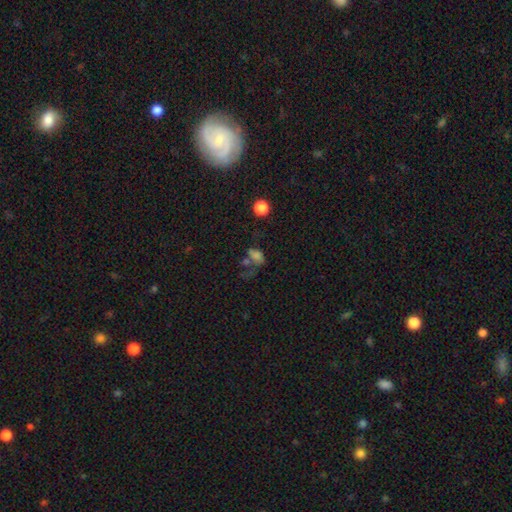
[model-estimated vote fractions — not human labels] Smooth or featured: smooth — 62% (featured or disk — 20%)
How rounded: in between — 72% (round — 26%)
Merging: major disturbance — 31% (merger — 30%)